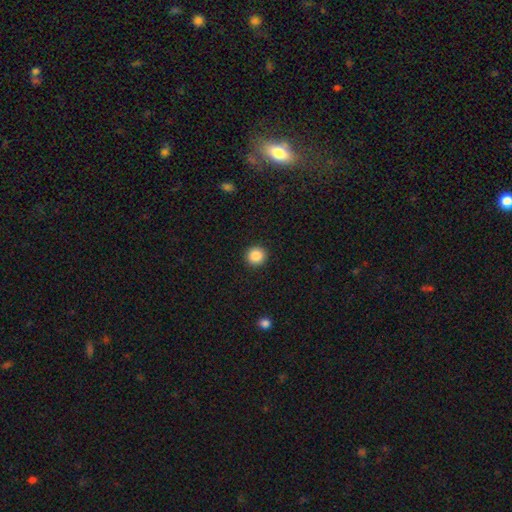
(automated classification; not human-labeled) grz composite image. It shows a smooth galaxy with no disk features (87%) that is round (94%). Merging: none (93%).